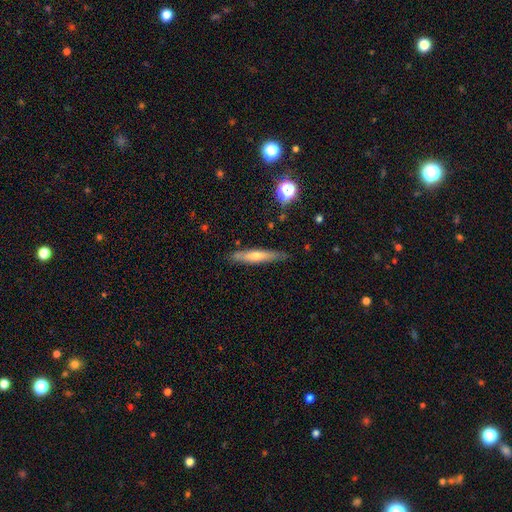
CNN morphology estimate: A smooth galaxy with no disk features (51%) that is cigar-shaped (89%). Merging: none (82%).